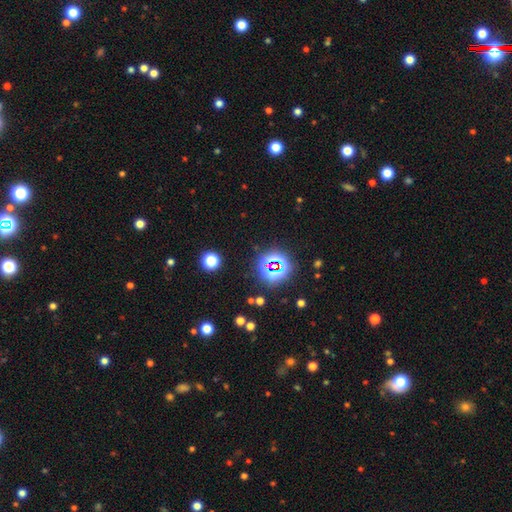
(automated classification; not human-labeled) Smooth or featured?
  - star or artifact: 81% *
  - smooth: 12%
  - featured or disk: 8%